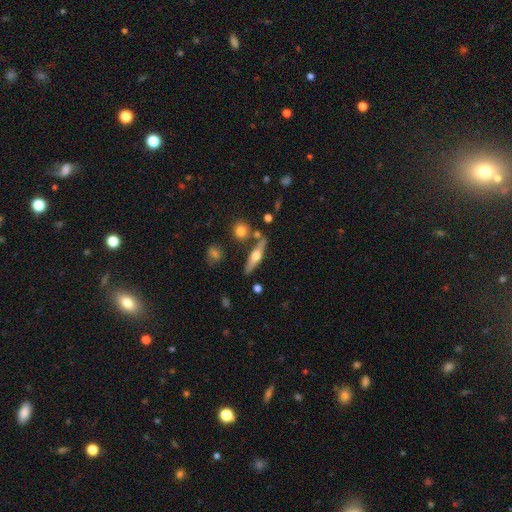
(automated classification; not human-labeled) A featured or disk galaxy (57%) viewed edge-on (93%) with a rounded central bulge (94%). Merging: none (78%).